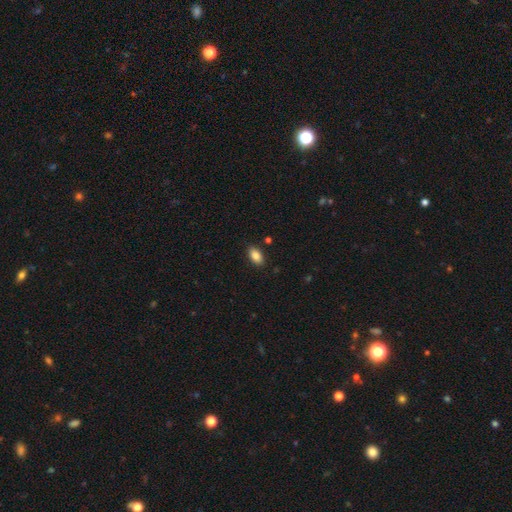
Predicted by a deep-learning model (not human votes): A smooth galaxy with no disk features (86%) that is in between round and cigar-shaped (92%). Merging: none (87%).